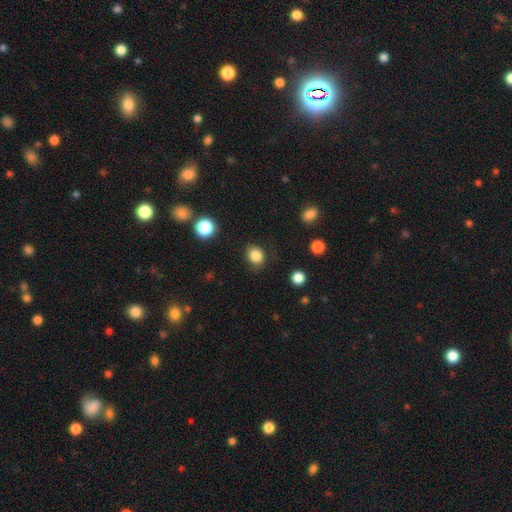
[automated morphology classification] smooth 84%, star or artifact 10%, featured or disk 6%. Down the decision tree: how rounded — round (57%); merging — none (80%).